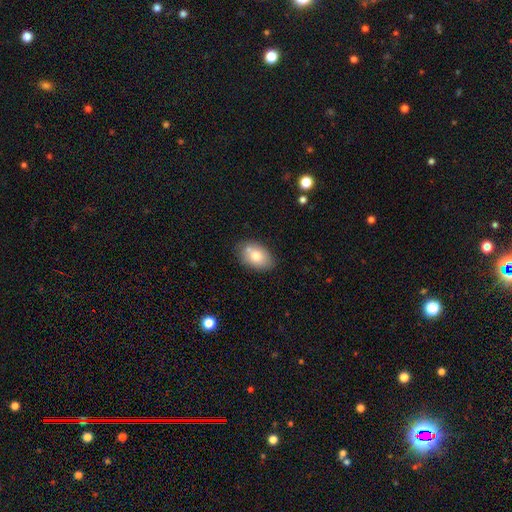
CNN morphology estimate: This is likely a smooth galaxy (77%). How rounded: clearly in between (88%). Merging: likely none (71%).